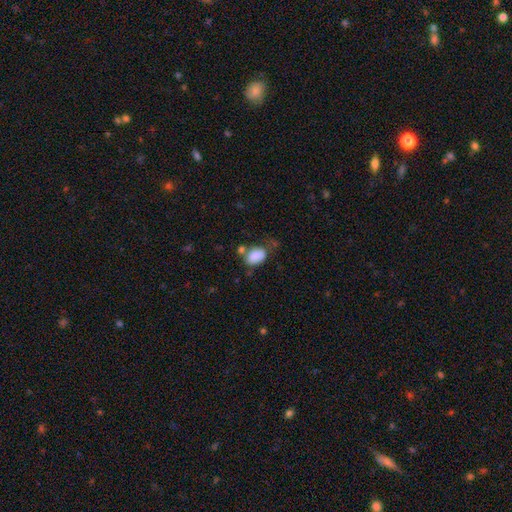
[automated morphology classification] smooth-or-featured: smooth: 86% | star or artifact: 8% | featured or disk: 6%
  how-rounded: in between: 82% | round: 17% | cigar-shaped: 1%
  merging: none: 52% | minor disturbance: 24% | merger: 13% | major disturbance: 10%